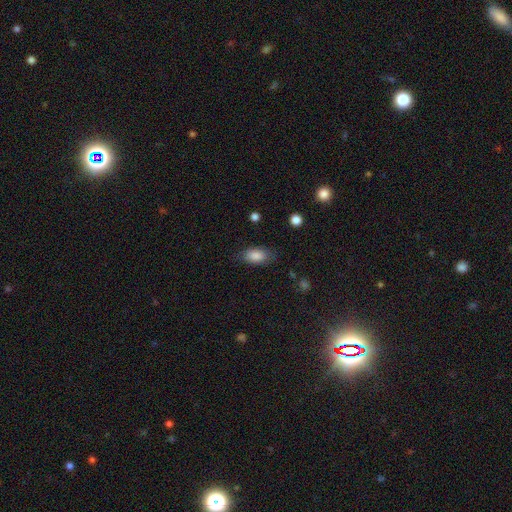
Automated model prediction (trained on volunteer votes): A smooth galaxy with no disk features (87%) that is in between round and cigar-shaped (92%). Merging: none (79%).